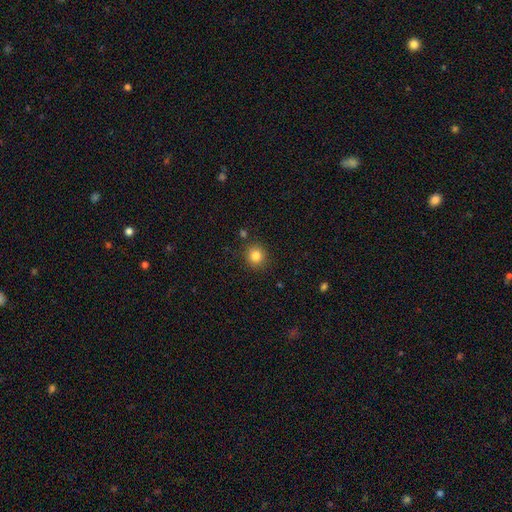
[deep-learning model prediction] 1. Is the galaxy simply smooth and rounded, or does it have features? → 83% smooth, 11% star or artifact, 5% featured or disk.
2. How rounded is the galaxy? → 91% round, 8% in between, 1% cigar-shaped.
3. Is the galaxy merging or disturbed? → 88% none, 7% minor disturbance, 3% merger, 2% major disturbance.